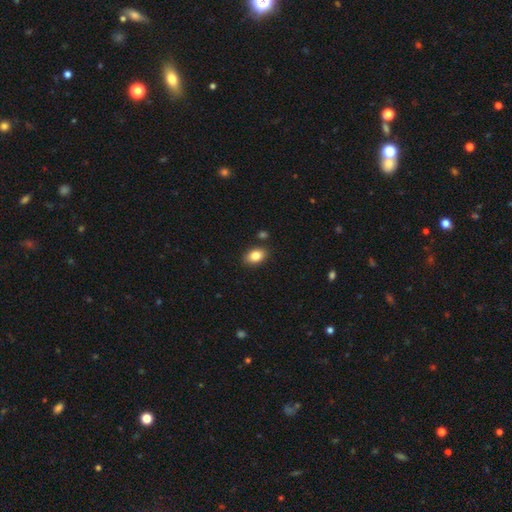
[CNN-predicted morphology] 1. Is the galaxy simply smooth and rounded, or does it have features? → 85% smooth, 8% star or artifact, 7% featured or disk.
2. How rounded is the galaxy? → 83% in between, 16% round, 1% cigar-shaped.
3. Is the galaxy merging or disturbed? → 85% none, 10% minor disturbance, 3% merger, 2% major disturbance.